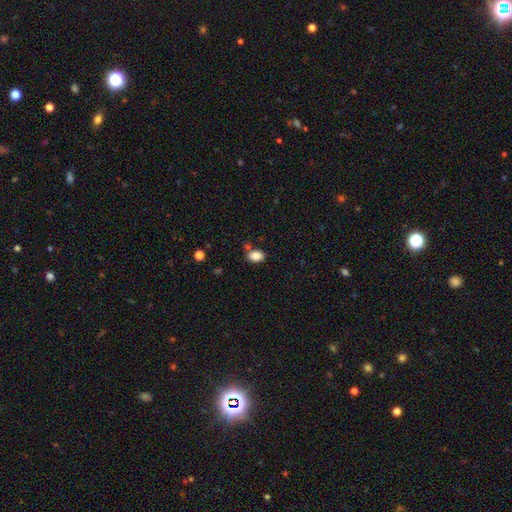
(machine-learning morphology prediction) Smooth or featured?
  - smooth: 86% *
  - star or artifact: 9%
  - featured or disk: 5%
How rounded?
  - in between: 78% *
  - round: 21%
  - cigar-shaped: 1%
Merging?
  - none: 72% *
  - minor disturbance: 14%
  - merger: 10%
  - major disturbance: 4%